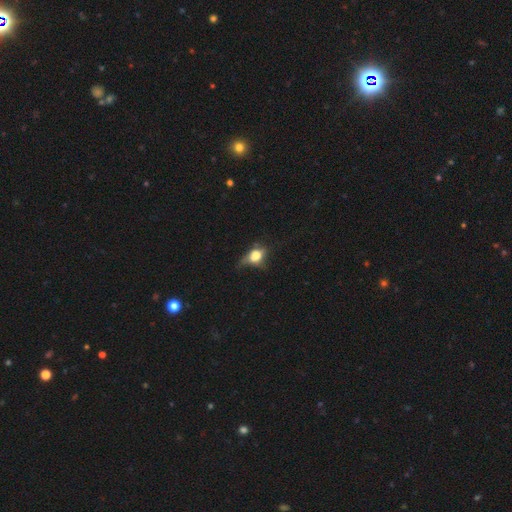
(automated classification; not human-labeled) Morphology: type=smooth (59%); roundness=in between (57%); merging=none (38%).